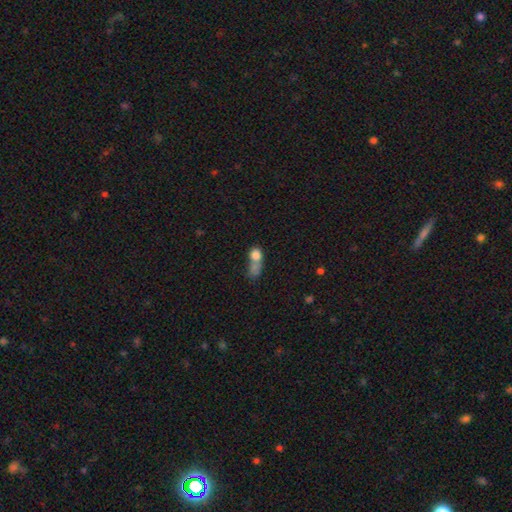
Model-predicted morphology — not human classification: Overall: smooth (74%). How rounded: round (52%; in between 43%). Merging: merger (56%; none 20%).